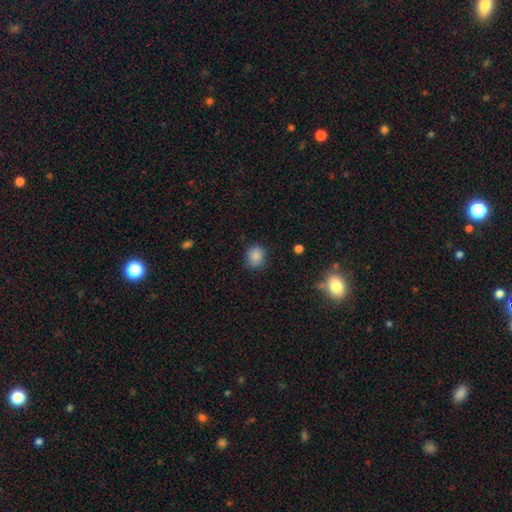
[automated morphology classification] Q: Smooth or featured?
A: smooth (85%); runner-up: star or artifact (11%)
Q: How rounded?
A: round (76%); runner-up: in between (23%)
Q: Merging?
A: none (79%); runner-up: minor disturbance (16%)